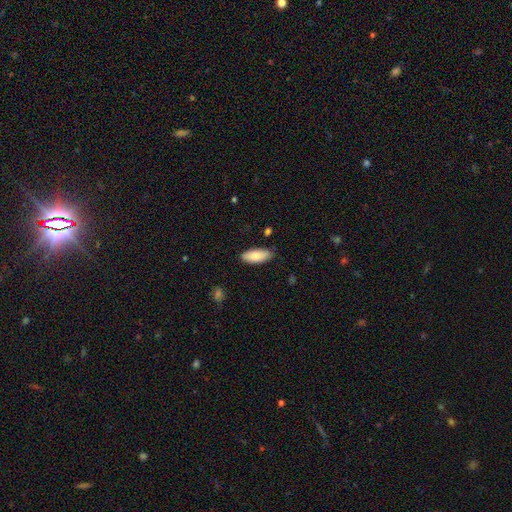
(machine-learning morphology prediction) A smooth galaxy with no disk features (84%) that is in between round and cigar-shaped (81%).

Vote fractions:
- Smooth or featured? smooth: 84% / featured or disk: 10% / star or artifact: 6%
- How rounded? in between: 81% / cigar-shaped: 17% / round: 2%
- Merging? none: 82% / minor disturbance: 14% / major disturbance: 2% / merger: 1%